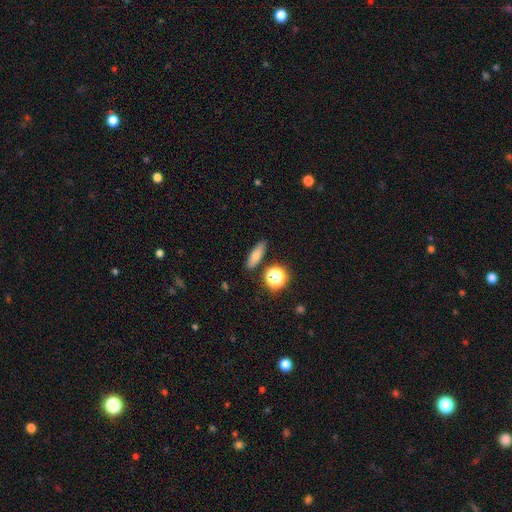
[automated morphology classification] A smooth galaxy with no disk features (72%) that is in between round and cigar-shaped (53%). Merging: none (84%).